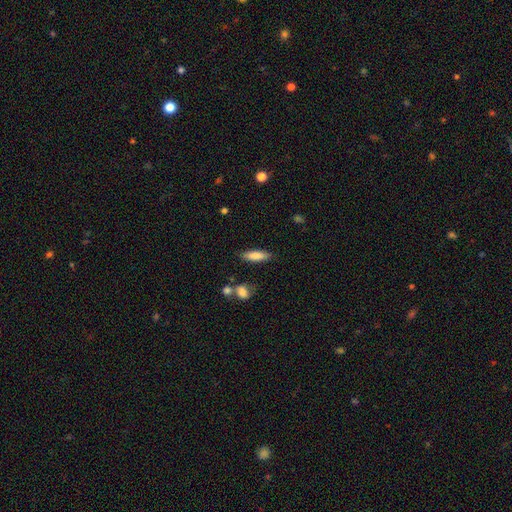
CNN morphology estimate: smooth_or_featured: smooth (p=0.81) [alt: featured or disk p=0.13]
how_rounded: cigar-shaped (p=0.57) [alt: in between p=0.41]
merging: none (p=0.83) [alt: minor disturbance p=0.11]